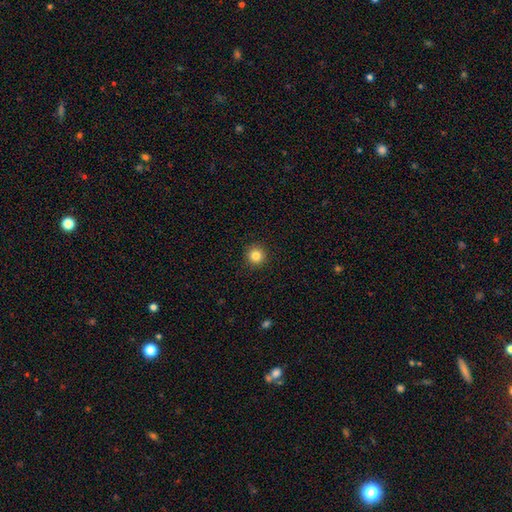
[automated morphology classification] smooth-or-featured: smooth: 84% | star or artifact: 12% | featured or disk: 5%
  how-rounded: round: 95% | in between: 4% | cigar-shaped: 1%
  merging: none: 93% | minor disturbance: 4% | major disturbance: 2% | merger: 1%